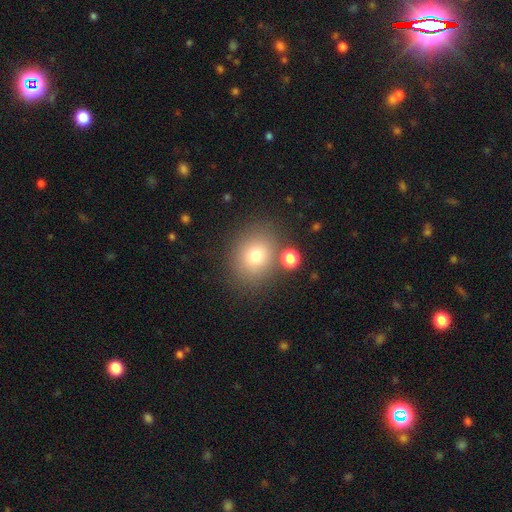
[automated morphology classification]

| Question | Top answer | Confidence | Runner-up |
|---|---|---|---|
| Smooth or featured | smooth | 75% | star or artifact (13%) |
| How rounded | round | 62% | in between (37%) |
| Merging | none | 78% | minor disturbance (10%) |